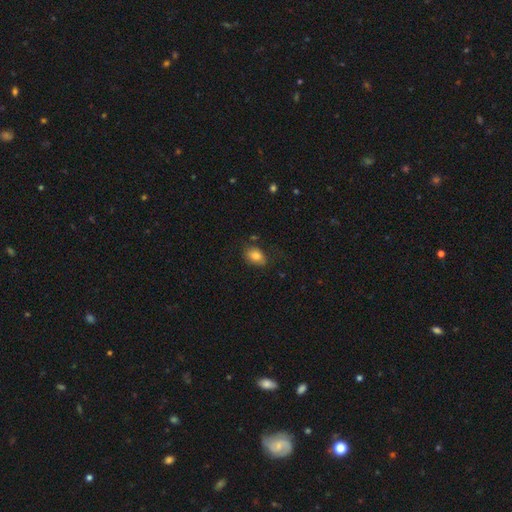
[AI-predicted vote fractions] smooth_or_featured: smooth (p=0.81) [alt: featured or disk p=0.10]
how_rounded: in between (p=0.75) [alt: round p=0.24]
merging: none (p=0.70) [alt: minor disturbance p=0.21]